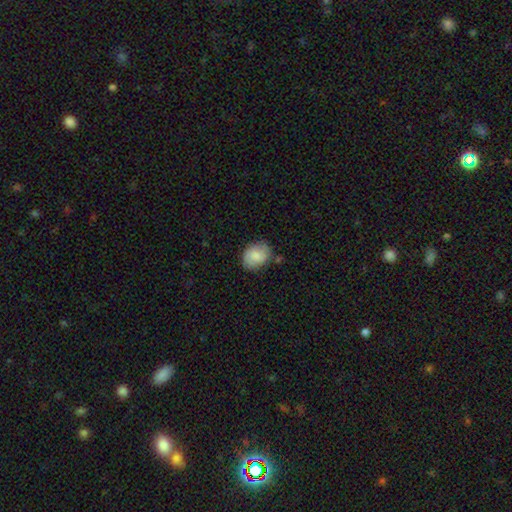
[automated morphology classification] Smooth or featured: smooth — 81% (featured or disk — 12%)
How rounded: in between — 62% (round — 37%)
Merging: none — 72% (minor disturbance — 20%)